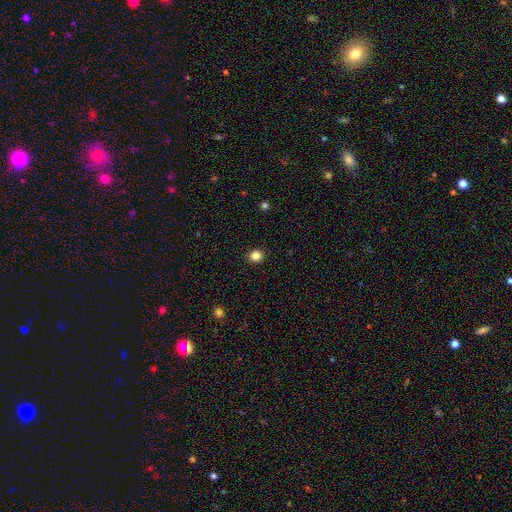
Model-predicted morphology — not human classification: A smooth galaxy with no disk features (84%) that is round (83%). Merging: none (92%).